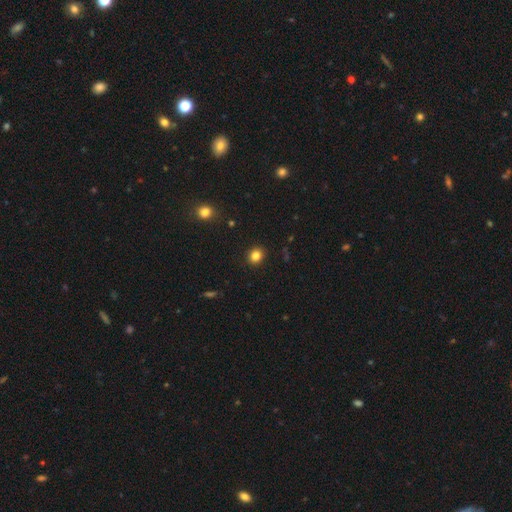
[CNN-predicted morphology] type=smooth (83%); roundness=round (76%); merging=none (90%).